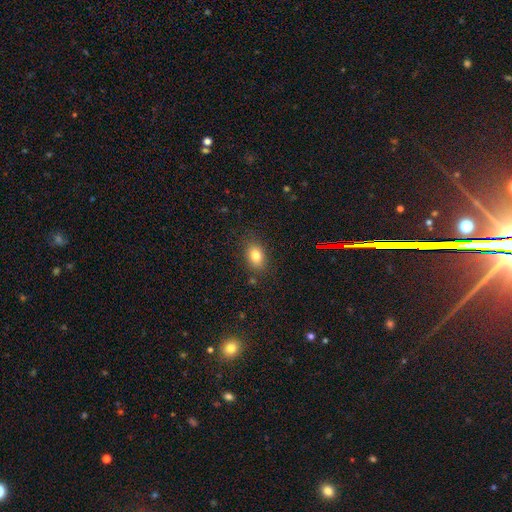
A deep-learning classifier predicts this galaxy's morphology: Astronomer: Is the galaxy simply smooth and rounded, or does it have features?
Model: smooth — 80%.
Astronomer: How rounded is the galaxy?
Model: in between — 78%.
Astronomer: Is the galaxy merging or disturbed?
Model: none — 83%.